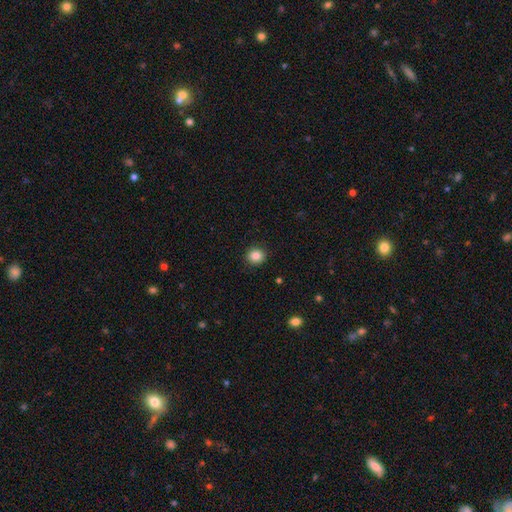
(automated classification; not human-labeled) A smooth galaxy with no disk features (86%) that is round (87%). Merging: none (90%).